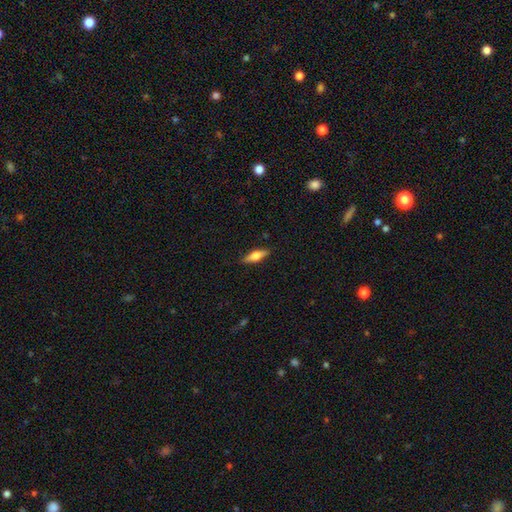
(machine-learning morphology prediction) A smooth galaxy with no disk features (50%). Merging: none (88%).